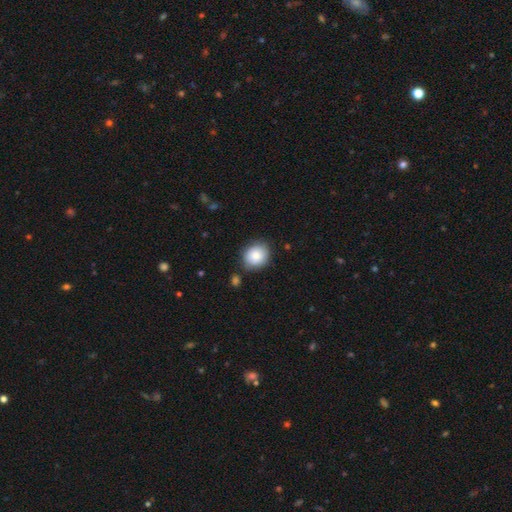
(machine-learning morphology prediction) A smooth galaxy with no disk features (83%) that is round (66%).

Vote fractions:
- Smooth or featured? smooth: 83% / featured or disk: 9% / star or artifact: 8%
- How rounded? round: 66% / in between: 34% / cigar-shaped: 1%
- Merging? none: 80% / minor disturbance: 14% / merger: 3% / major disturbance: 3%